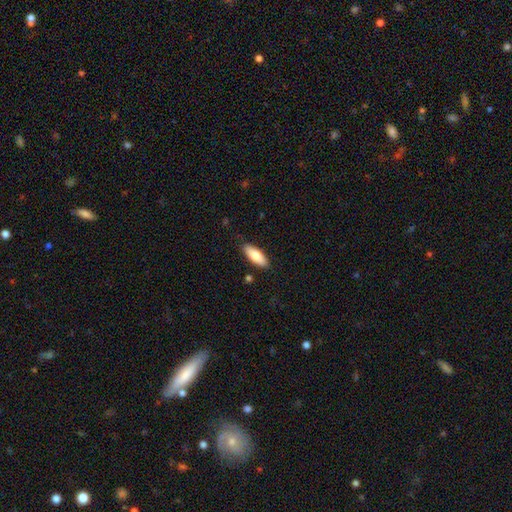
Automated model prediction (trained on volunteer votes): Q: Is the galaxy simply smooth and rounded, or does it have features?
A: smooth — 80%.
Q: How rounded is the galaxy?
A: in between — 70%.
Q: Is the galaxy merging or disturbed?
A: none — 86%.